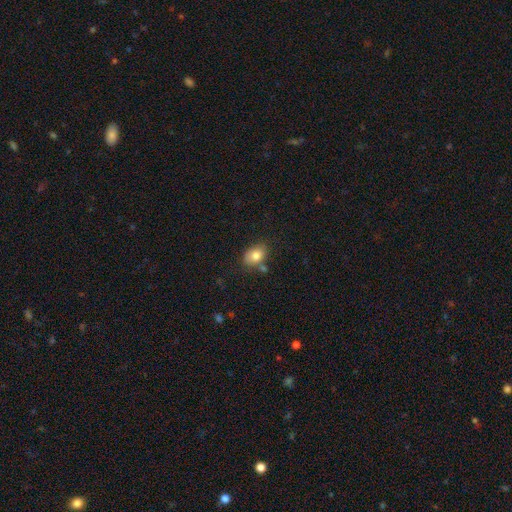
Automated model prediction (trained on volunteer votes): This appears to be a smooth galaxy with no disk features (81%) that is in between round and cigar-shaped (79%). Merging: none (64%).